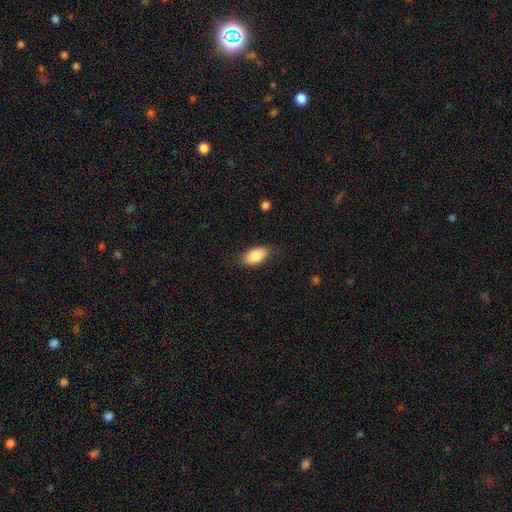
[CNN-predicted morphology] A smooth galaxy with no disk features (85%) that is in between round and cigar-shaped (92%). Merging: none (80%).